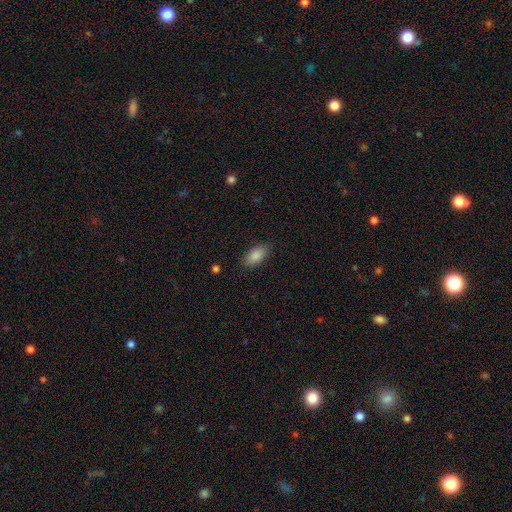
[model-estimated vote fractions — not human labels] smooth_or_featured: smooth (p=0.86) [alt: star or artifact p=0.07]
how_rounded: in between (p=0.90) [alt: cigar-shaped p=0.07]
merging: none (p=0.85) [alt: minor disturbance p=0.11]